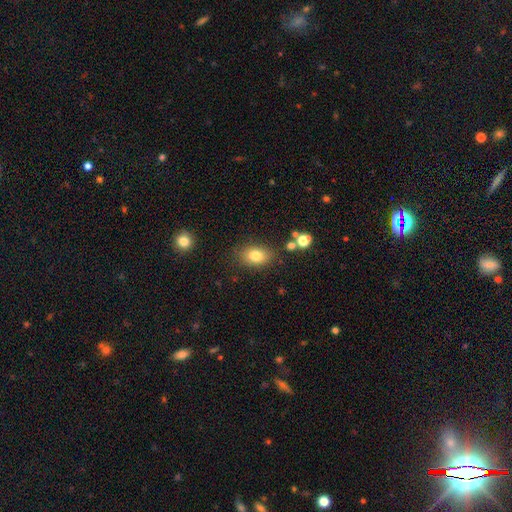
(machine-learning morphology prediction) smooth_or_featured: smooth (p=0.81) [alt: star or artifact p=0.10]
how_rounded: in between (p=0.78) [alt: round p=0.20]
merging: none (p=0.79) [alt: minor disturbance p=0.13]